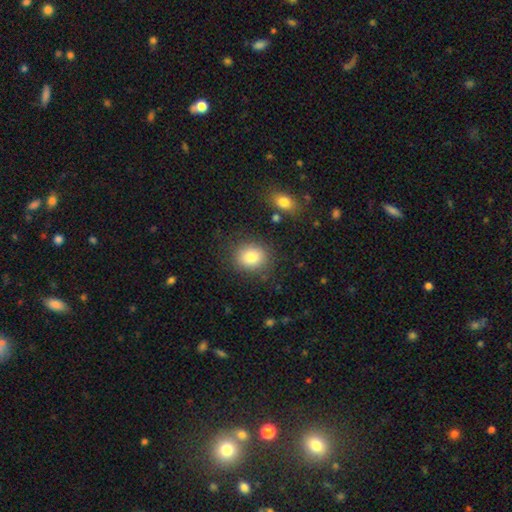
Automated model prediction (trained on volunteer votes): Smooth or featured? Predicted: smooth (p=0.83). How rounded? Predicted: round (p=0.66). Merging? Predicted: none (p=0.83).